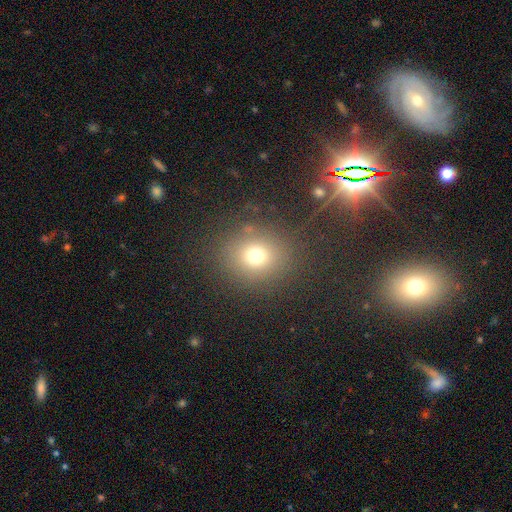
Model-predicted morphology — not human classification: This is likely a smooth galaxy (71%). How rounded: likely round (79%). Merging: clearly none (82%).